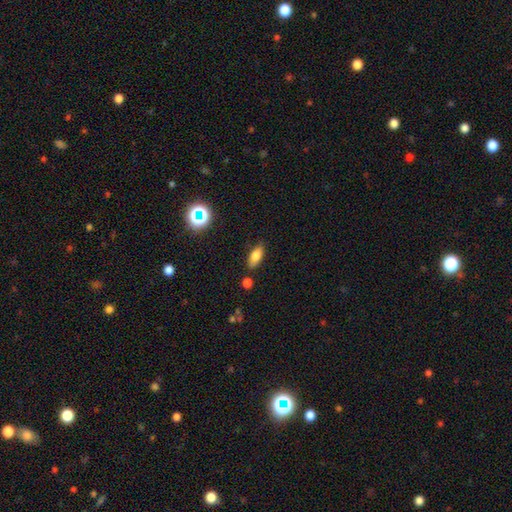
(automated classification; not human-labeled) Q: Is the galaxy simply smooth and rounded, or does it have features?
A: smooth — 77%.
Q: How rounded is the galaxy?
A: in between — 81%.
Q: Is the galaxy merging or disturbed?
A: none — 81%.